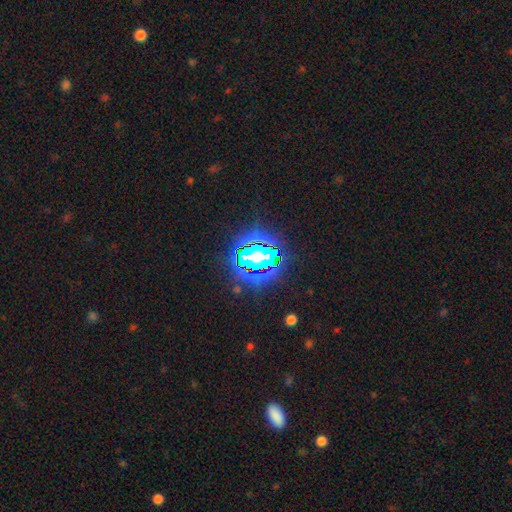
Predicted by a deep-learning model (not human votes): Overall: star or artifact (79%).